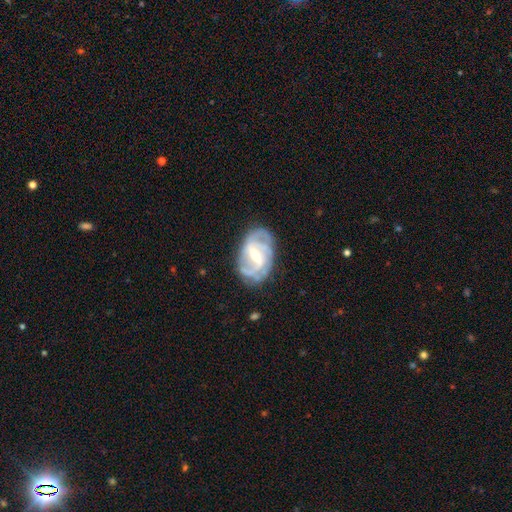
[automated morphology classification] This appears to be a featured or disk galaxy (84%) with a weak bar (47%), 2 (45%) medium (42%) spiral arms (90%) and a moderate central bulge (54%). Merging: none (71%).